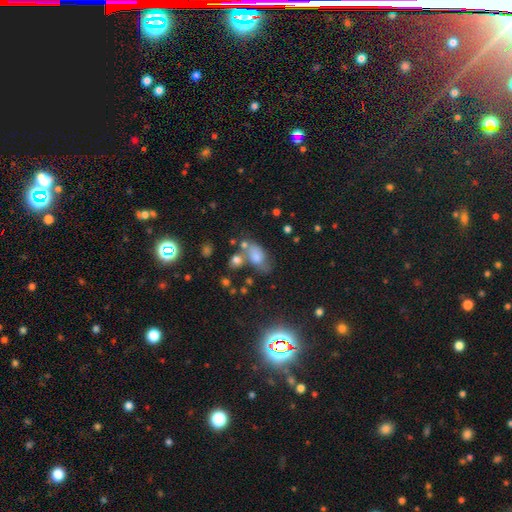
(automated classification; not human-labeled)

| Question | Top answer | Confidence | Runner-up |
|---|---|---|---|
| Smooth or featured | smooth | 70% | featured or disk (16%) |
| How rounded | in between | 83% | round (13%) |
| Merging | none | 42% | minor disturbance (22%) |